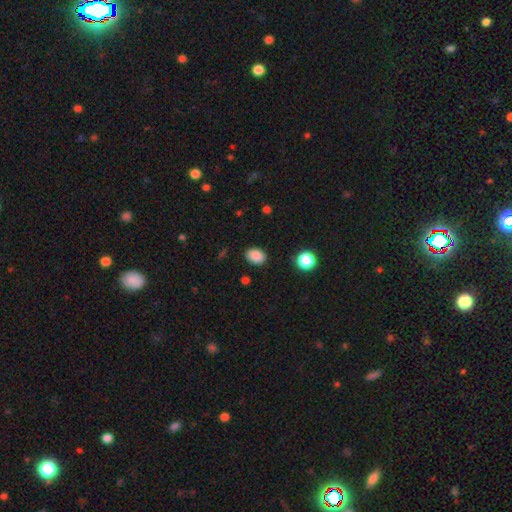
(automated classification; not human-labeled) Smooth or featured? Predicted: smooth (p=0.87). How rounded? Predicted: in between (p=0.68). Merging? Predicted: none (p=0.87).